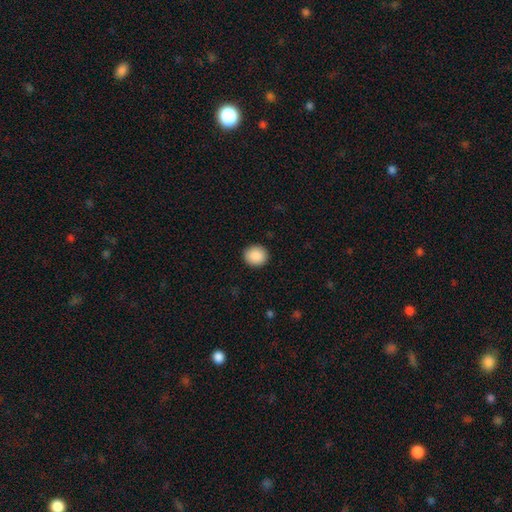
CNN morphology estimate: A smooth galaxy with no disk features (90%) that is round (86%).

Vote fractions:
- Smooth or featured? smooth: 90% / star or artifact: 8% / featured or disk: 3%
- How rounded? round: 86% / in between: 13% / cigar-shaped: 1%
- Merging? none: 92% / minor disturbance: 6% / major disturbance: 2% / merger: 1%